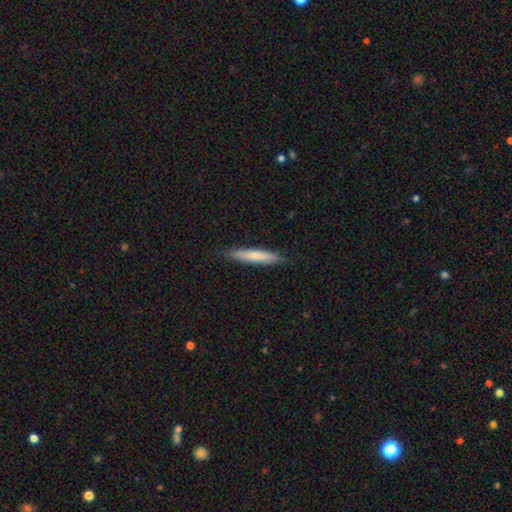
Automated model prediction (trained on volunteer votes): Smooth or featured? smooth (71%)
How rounded? cigar-shaped (91%)
Merging? none (86%)